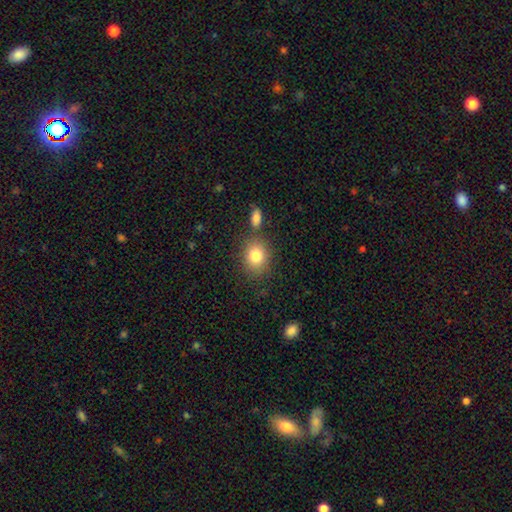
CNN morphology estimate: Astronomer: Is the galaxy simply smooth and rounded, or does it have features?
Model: smooth — 82%.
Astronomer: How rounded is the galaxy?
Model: round — 50% (runner-up: in between, 49%).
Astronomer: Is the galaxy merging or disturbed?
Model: none — 75%.